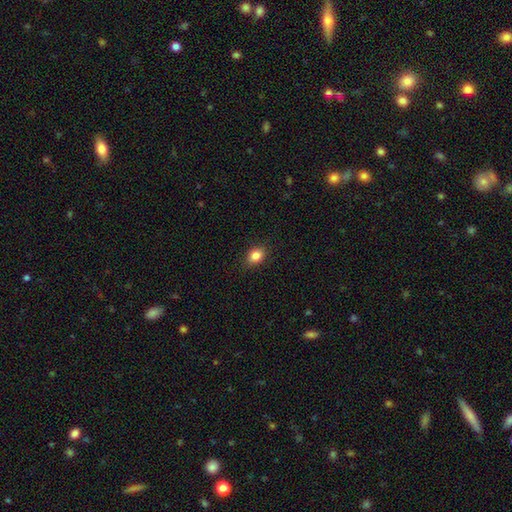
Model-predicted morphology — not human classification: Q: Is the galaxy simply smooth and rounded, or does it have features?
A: smooth — 85%.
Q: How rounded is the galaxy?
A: in between — 62%.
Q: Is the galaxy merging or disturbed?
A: none — 87%.